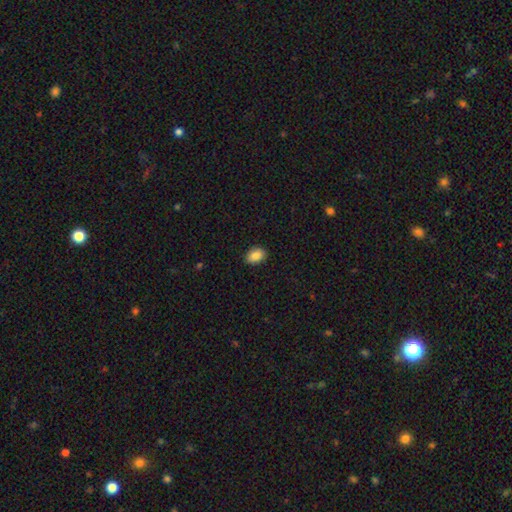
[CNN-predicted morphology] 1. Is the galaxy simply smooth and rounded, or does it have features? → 87% smooth, 8% star or artifact, 5% featured or disk.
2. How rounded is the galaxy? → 81% in between, 18% round, 1% cigar-shaped.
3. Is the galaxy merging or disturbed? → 88% none, 9% minor disturbance, 2% major disturbance, 1% merger.